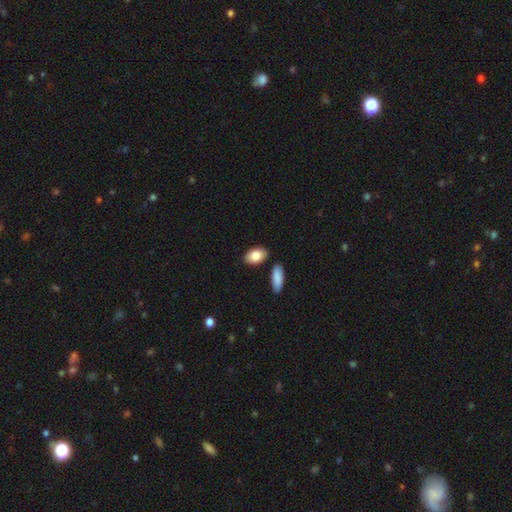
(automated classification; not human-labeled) This is clearly a smooth galaxy (85%). How rounded: clearly in between (92%). Merging: clearly none (82%).